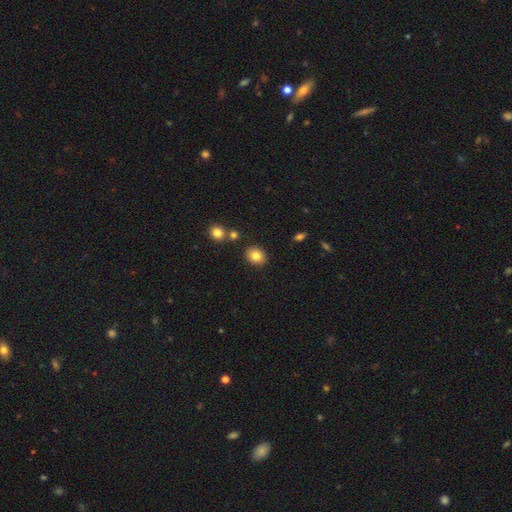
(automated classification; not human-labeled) Smooth or featured? Predicted: smooth (p=0.83). How rounded? Predicted: round (p=0.62). Merging? Predicted: none (p=0.86).